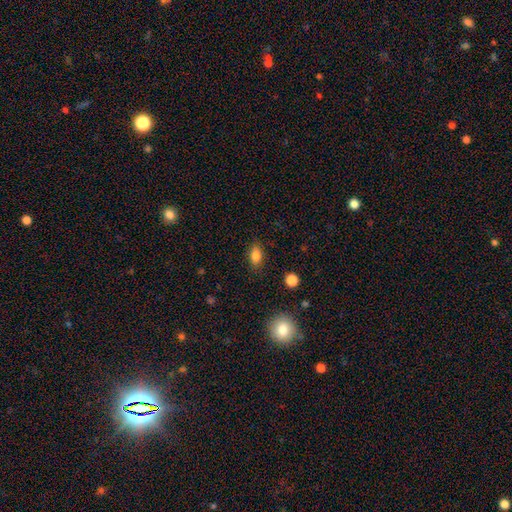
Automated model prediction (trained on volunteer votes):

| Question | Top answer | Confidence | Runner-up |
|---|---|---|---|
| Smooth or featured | smooth | 82% | star or artifact (10%) |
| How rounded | in between | 83% | round (12%) |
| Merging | none | 84% | minor disturbance (11%) |